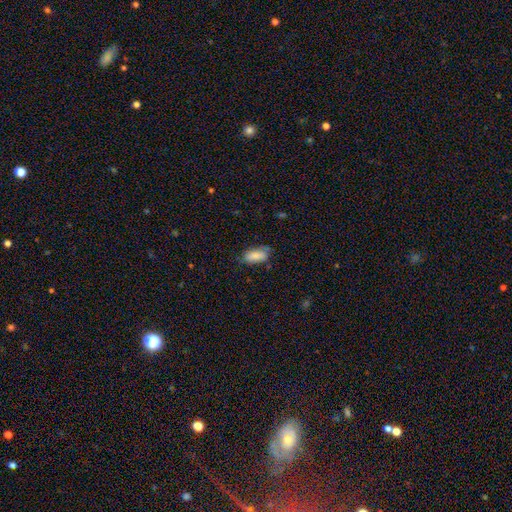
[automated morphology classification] This is clearly a smooth galaxy (84%). How rounded: clearly in between (87%). Merging: likely none (67%).